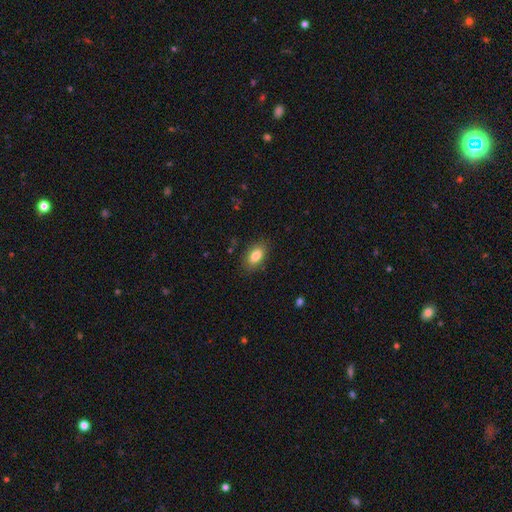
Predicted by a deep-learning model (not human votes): Smooth or featured? smooth (84%)
How rounded? in between (90%)
Merging? none (85%)